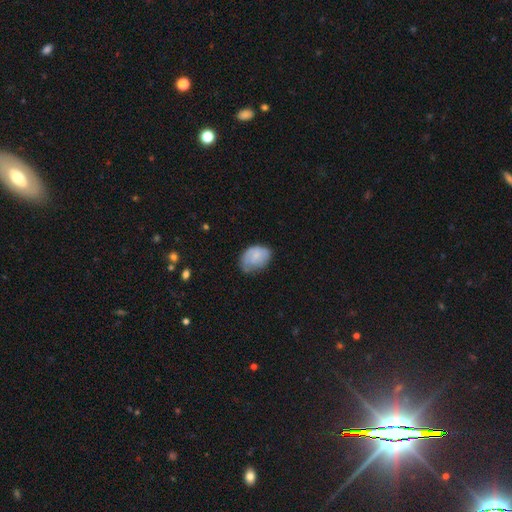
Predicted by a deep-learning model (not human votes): Overall: smooth (62%; featured or disk 31%). How rounded: in between (77%). Merging: none (51%; minor disturbance 37%).